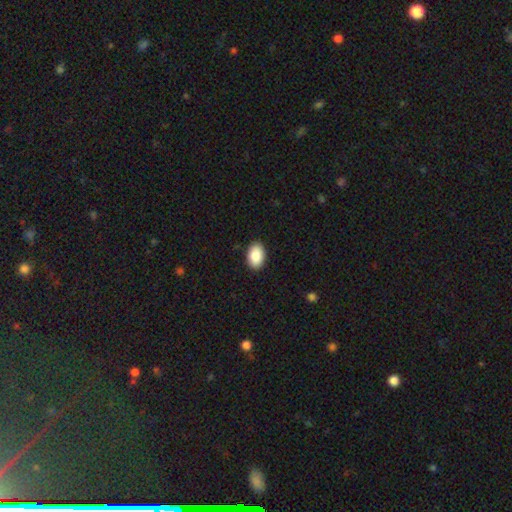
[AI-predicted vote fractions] The model was most divided on "how rounded": in between: 90%, round: 9%, cigar-shaped: 1%. More confident: merging — none (91%); smooth or featured — smooth (88%).